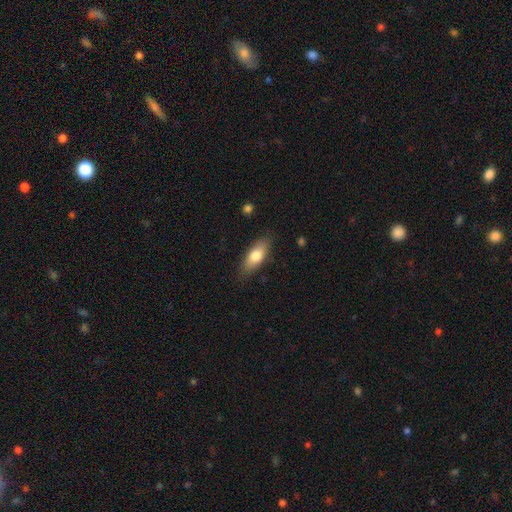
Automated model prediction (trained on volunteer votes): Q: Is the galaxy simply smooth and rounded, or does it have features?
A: smooth — 75%.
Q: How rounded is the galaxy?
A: in between — 74%.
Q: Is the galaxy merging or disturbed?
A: none — 82%.